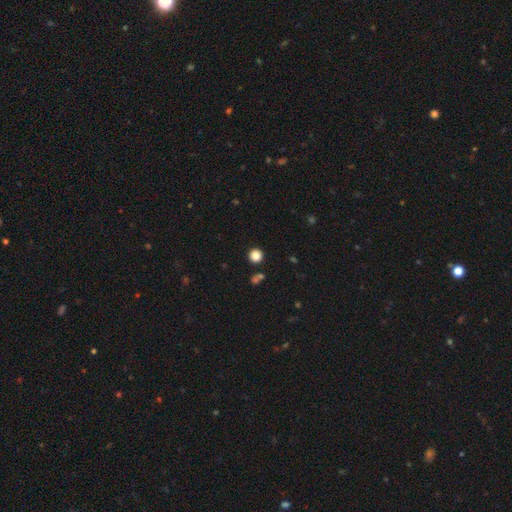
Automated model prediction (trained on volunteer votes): Smooth or featured? Predicted: smooth (p=0.84). How rounded? Predicted: round (p=0.94). Merging? Predicted: none (p=0.88).